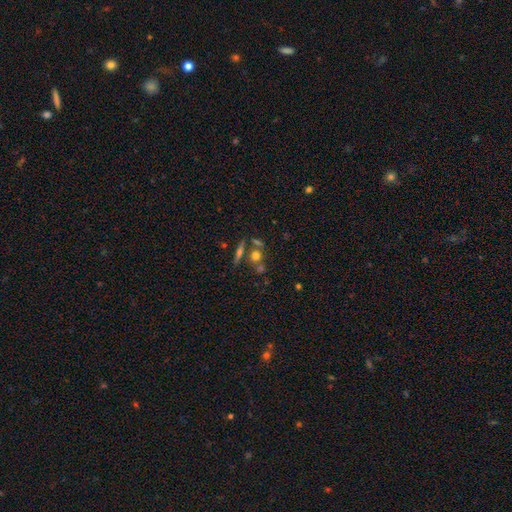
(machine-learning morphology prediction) This is possibly a smooth galaxy (49%). Merging: possibly none (59%).